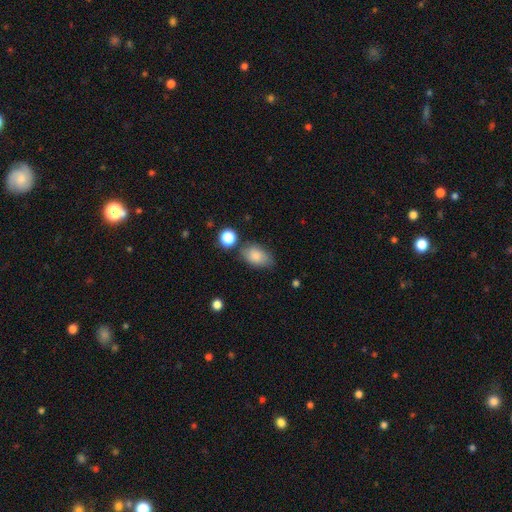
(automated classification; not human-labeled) smooth-or-featured: smooth: 84% | featured or disk: 9% | star or artifact: 8%
  how-rounded: in between: 89% | round: 10% | cigar-shaped: 2%
  merging: none: 66% | minor disturbance: 21% | merger: 7% | major disturbance: 6%